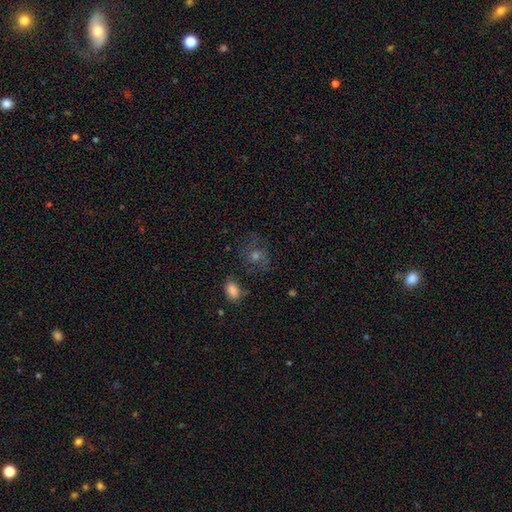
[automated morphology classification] Smooth or featured: featured or disk — 37% (tied with smooth — 37%)
Merging: none — 69% (minor disturbance — 17%)